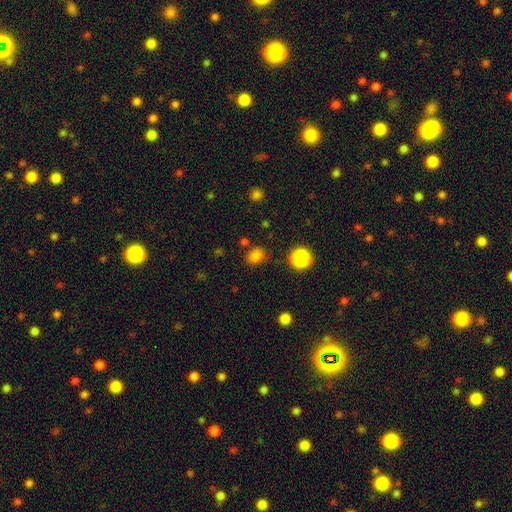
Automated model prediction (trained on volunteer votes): A smooth galaxy with no disk features (79%) that is round (58%).

Vote fractions:
- Smooth or featured? smooth: 79% / star or artifact: 17% / featured or disk: 5%
- How rounded? round: 58% / in between: 41% / cigar-shaped: 1%
- Merging? none: 78% / minor disturbance: 13% / merger: 5% / major disturbance: 4%